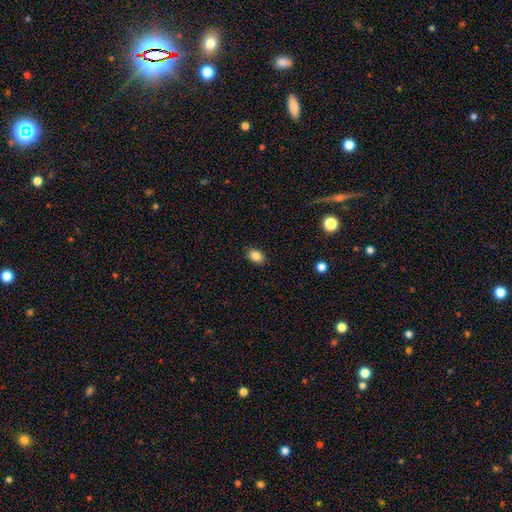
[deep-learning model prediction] This appears to be a smooth galaxy with no disk features (85%) that is in between round and cigar-shaped (75%). Merging: none (88%).